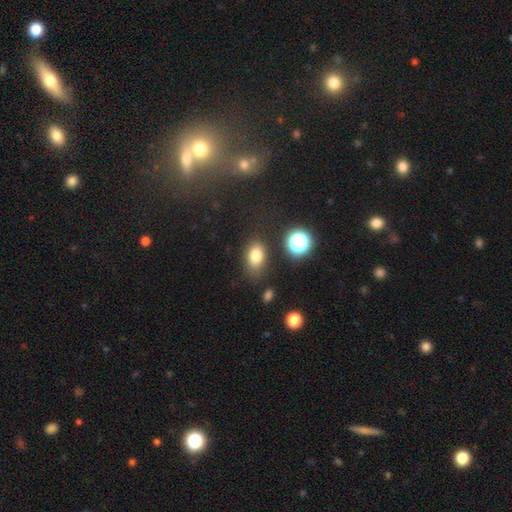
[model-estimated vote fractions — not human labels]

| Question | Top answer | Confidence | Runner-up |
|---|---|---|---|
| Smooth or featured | smooth | 78% | star or artifact (12%) |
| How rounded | in between | 83% | round (15%) |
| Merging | none | 80% | minor disturbance (13%) |